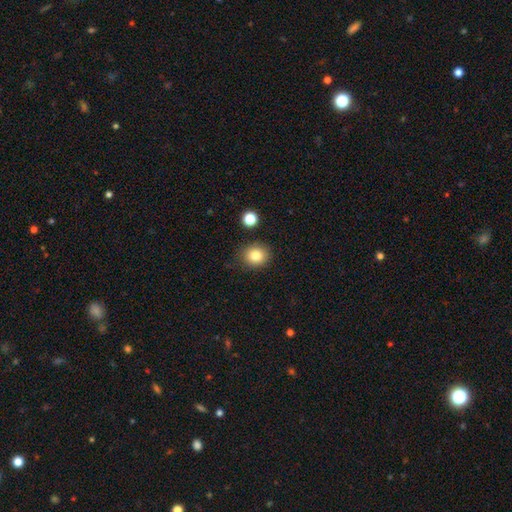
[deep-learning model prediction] A smooth galaxy with no disk features (83%) that is round (79%).

Vote fractions:
- Smooth or featured? smooth: 83% / star or artifact: 11% / featured or disk: 7%
- How rounded? round: 79% / in between: 20% / cigar-shaped: 1%
- Merging? none: 86% / minor disturbance: 9% / merger: 3% / major disturbance: 2%